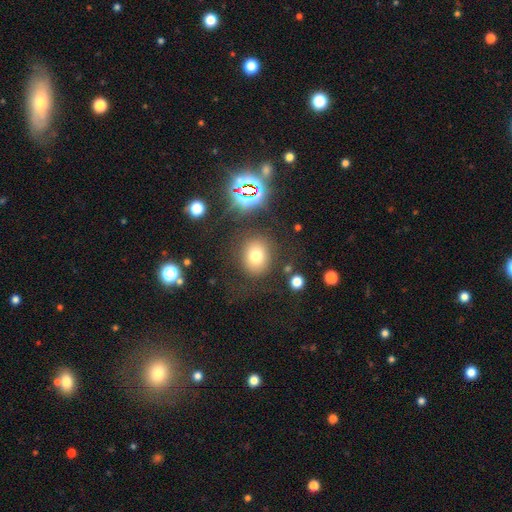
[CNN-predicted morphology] Smooth or featured: smooth — 72% (star or artifact — 17%)
How rounded: round — 69% (in between — 30%)
Merging: none — 79% (minor disturbance — 11%)